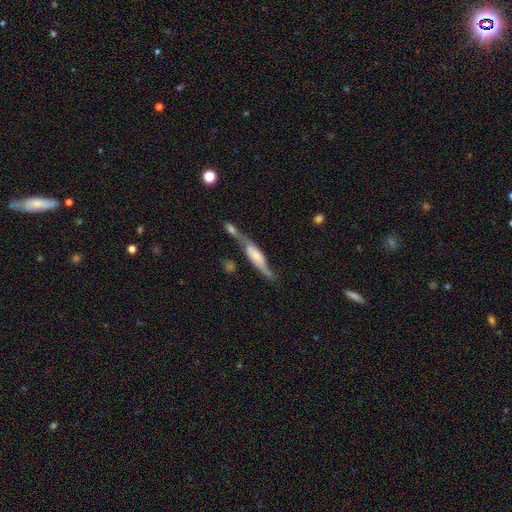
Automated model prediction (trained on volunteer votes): smooth-or-featured: featured or disk: 58% | smooth: 36% | star or artifact: 6%
  disk-edge-on: yes: 52% | no: 48%
  merging: merger: 49% | none: 25% | minor disturbance: 15% | major disturbance: 11%